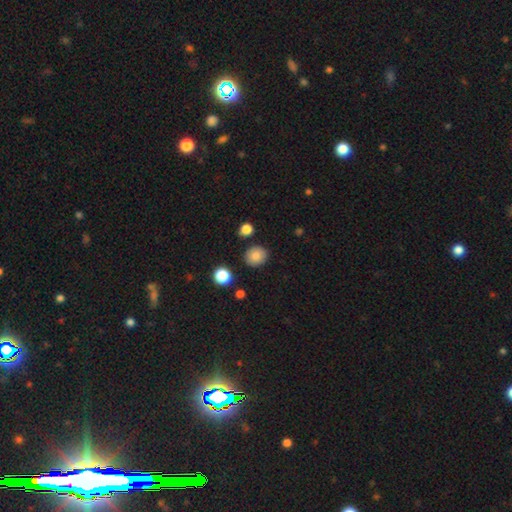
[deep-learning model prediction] A smooth galaxy with no disk features (85%) that is round (77%).

Vote fractions:
- Smooth or featured? smooth: 85% / star or artifact: 10% / featured or disk: 5%
- How rounded? round: 77% / in between: 22% / cigar-shaped: 1%
- Merging? none: 86% / minor disturbance: 9% / merger: 3% / major disturbance: 2%